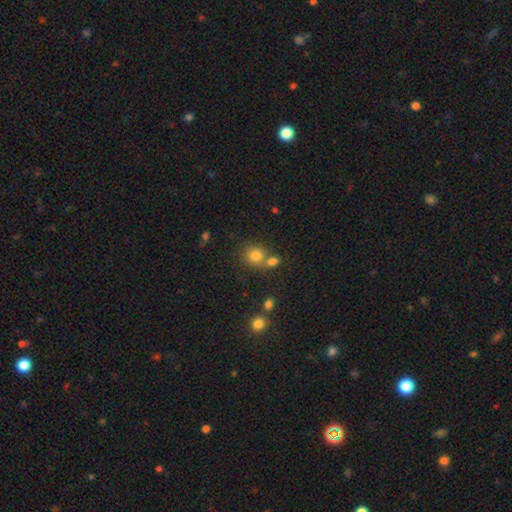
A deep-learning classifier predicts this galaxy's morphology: A smooth galaxy with no disk features (80%) that is round (79%).

Vote fractions:
- Smooth or featured? smooth: 80% / star or artifact: 12% / featured or disk: 8%
- How rounded? round: 79% / in between: 20% / cigar-shaped: 1%
- Merging? none: 54% / merger: 32% / minor disturbance: 10% / major disturbance: 4%